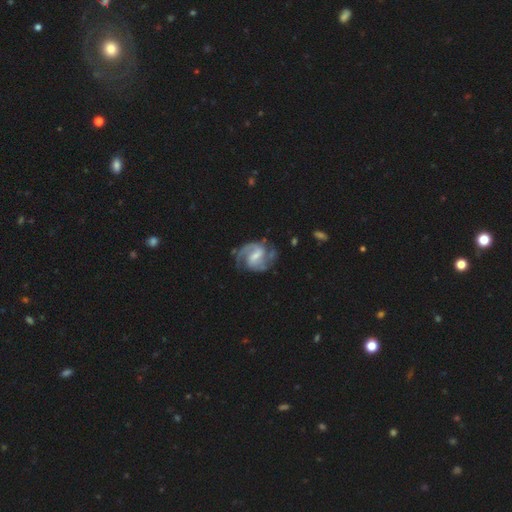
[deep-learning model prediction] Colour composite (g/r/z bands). It shows a featured or disk galaxy (90%) with a weak bar (54%), 2 (80%) medium (54%) spiral arms (97%) and a small central bulge (47%). Merging: none (71%).